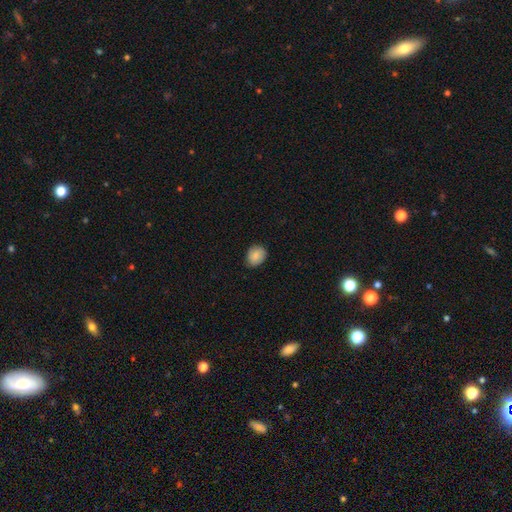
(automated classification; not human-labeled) Smooth or featured?
  - smooth: 84% *
  - featured or disk: 9%
  - star or artifact: 8%
How rounded?
  - in between: 51% *
  - round: 49%
  - cigar-shaped: 1%
Merging?
  - none: 80% *
  - minor disturbance: 16%
  - major disturbance: 3%
  - merger: 1%